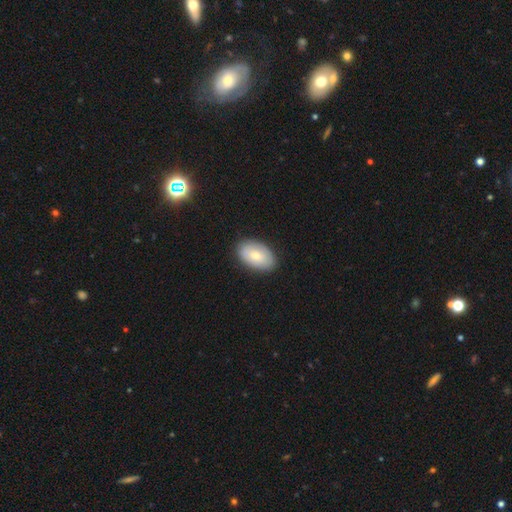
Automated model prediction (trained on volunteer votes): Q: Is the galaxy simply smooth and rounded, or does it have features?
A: smooth — 74%.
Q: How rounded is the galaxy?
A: in between — 92%.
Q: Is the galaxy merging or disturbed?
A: none — 86%.